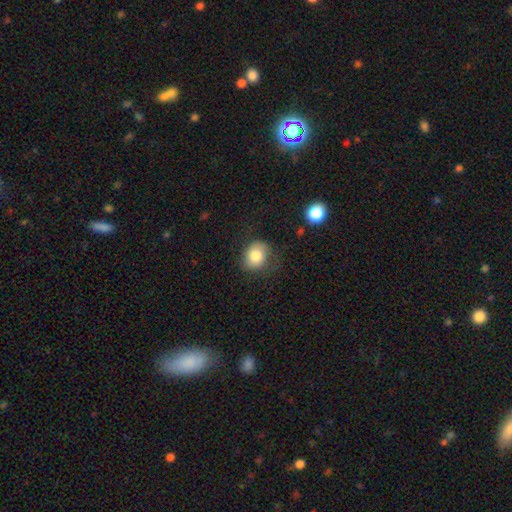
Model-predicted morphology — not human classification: Q: Smooth or featured?
A: smooth (79%); runner-up: featured or disk (12%)
Q: How rounded?
A: round (64%); runner-up: in between (35%)
Q: Merging?
A: none (65%); runner-up: minor disturbance (23%)